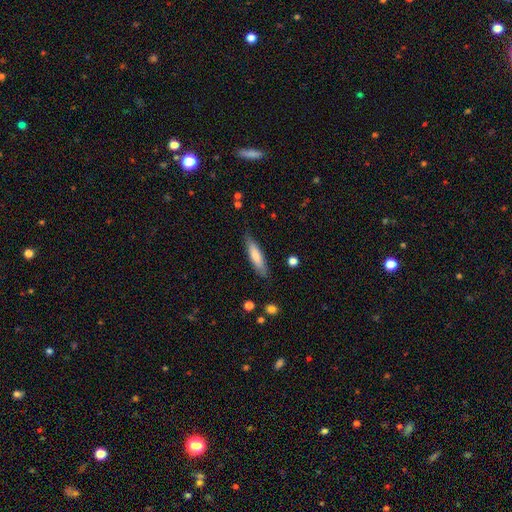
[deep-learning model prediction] Q: Smooth or featured?
A: smooth (75%); runner-up: featured or disk (20%)
Q: How rounded?
A: cigar-shaped (71%); runner-up: in between (28%)
Q: Merging?
A: none (82%); runner-up: minor disturbance (14%)